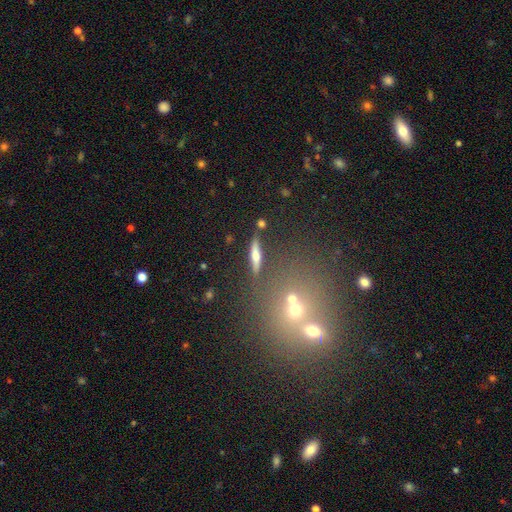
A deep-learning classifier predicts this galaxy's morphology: Smooth or featured: featured or disk — 46% (smooth — 45%)
Merging: none — 79% (minor disturbance — 11%)